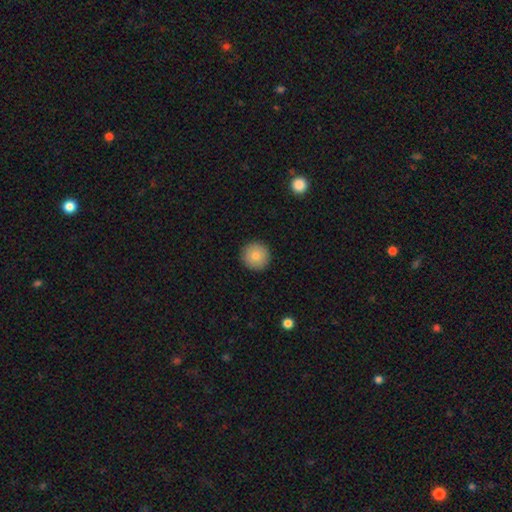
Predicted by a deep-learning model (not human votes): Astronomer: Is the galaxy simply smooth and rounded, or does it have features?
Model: smooth — 82%.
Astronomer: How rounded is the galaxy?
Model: round — 96%.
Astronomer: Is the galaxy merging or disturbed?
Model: none — 93%.